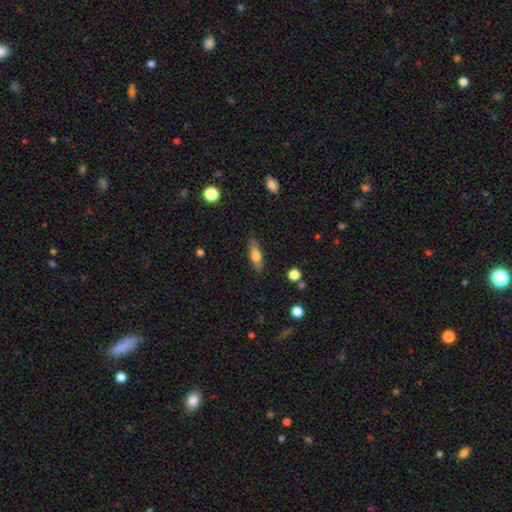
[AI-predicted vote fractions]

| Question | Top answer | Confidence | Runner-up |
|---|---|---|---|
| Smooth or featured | smooth | 64% | featured or disk (29%) |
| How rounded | in between | 50% | cigar-shaped (47%) |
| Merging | none | 87% | minor disturbance (10%) |